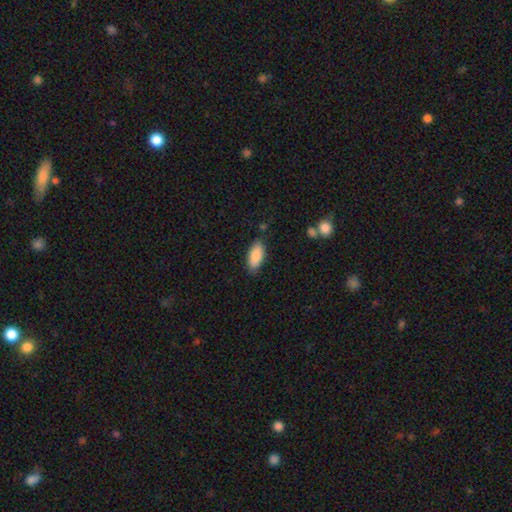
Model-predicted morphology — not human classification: Smooth or featured? smooth (85%)
How rounded? in between (85%)
Merging? none (82%)